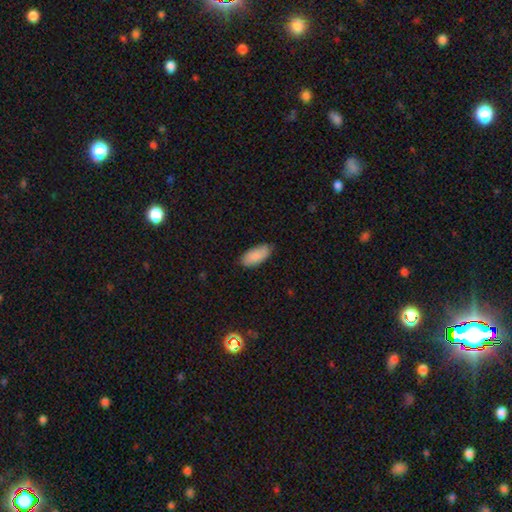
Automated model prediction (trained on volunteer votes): Overall: smooth (88%). How rounded: in between (91%). Merging: none (81%).